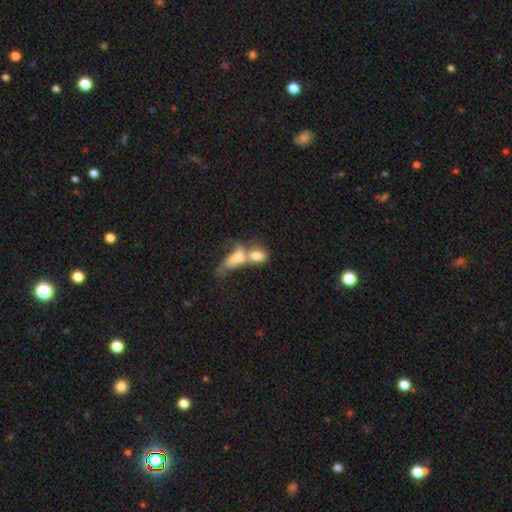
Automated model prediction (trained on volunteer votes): Smooth or featured: smooth — 67% (featured or disk — 24%)
How rounded: in between — 82% (round — 9%)
Merging: merger — 72% (none — 13%)